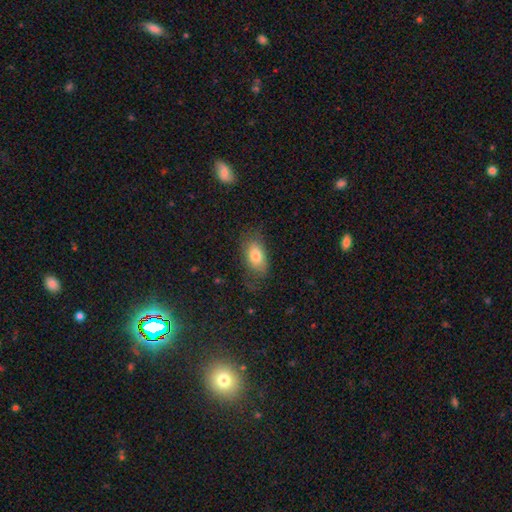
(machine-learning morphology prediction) This appears to be a smooth galaxy with no disk features (77%) that is in between round and cigar-shaped (90%). Merging: none (65%).